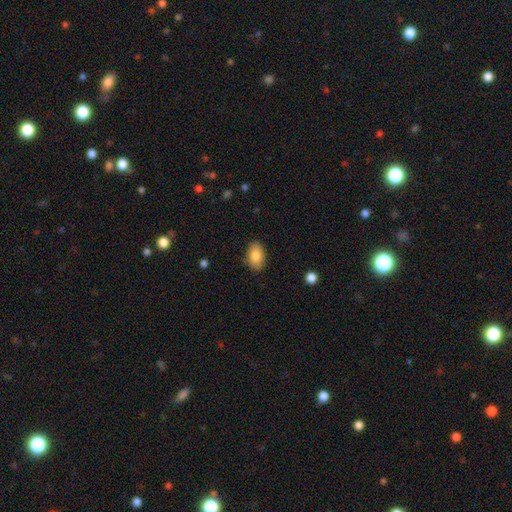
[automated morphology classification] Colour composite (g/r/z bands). It shows a smooth galaxy with no disk features (86%) that is in between round and cigar-shaped (90%). Merging: none (86%).